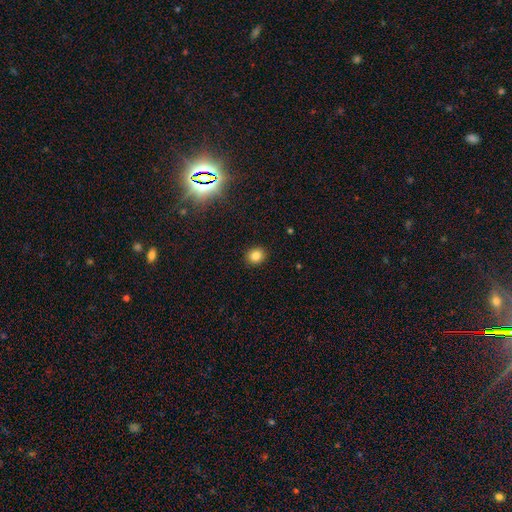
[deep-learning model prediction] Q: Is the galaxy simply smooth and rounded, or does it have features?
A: smooth — 82%.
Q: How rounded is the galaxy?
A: round — 78%.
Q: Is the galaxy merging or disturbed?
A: none — 91%.